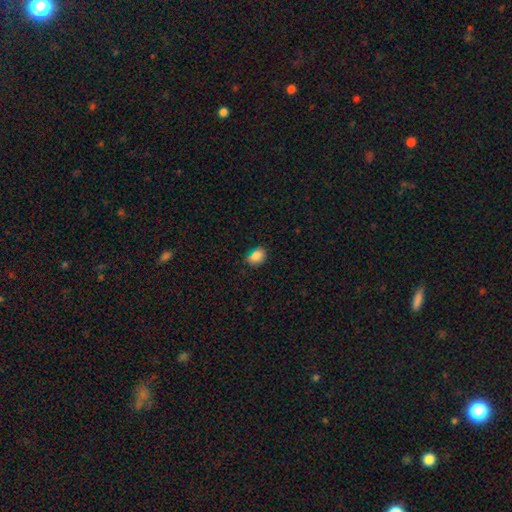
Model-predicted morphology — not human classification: Smooth or featured? smooth (85%)
How rounded? in between (67%)
Merging? none (69%)